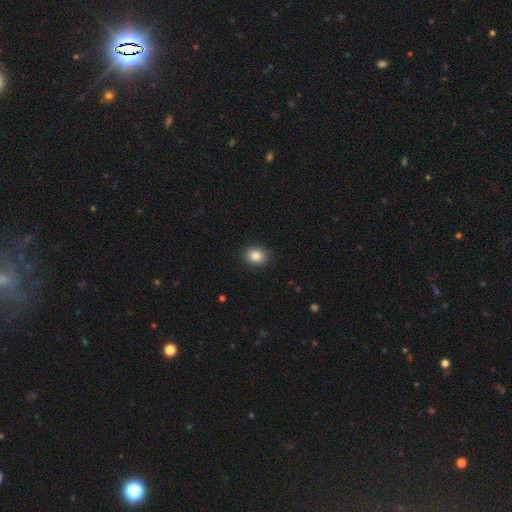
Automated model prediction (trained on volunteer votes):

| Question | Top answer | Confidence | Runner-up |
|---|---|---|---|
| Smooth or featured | smooth | 86% | star or artifact (9%) |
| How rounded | round | 55% | in between (44%) |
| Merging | none | 90% | minor disturbance (7%) |